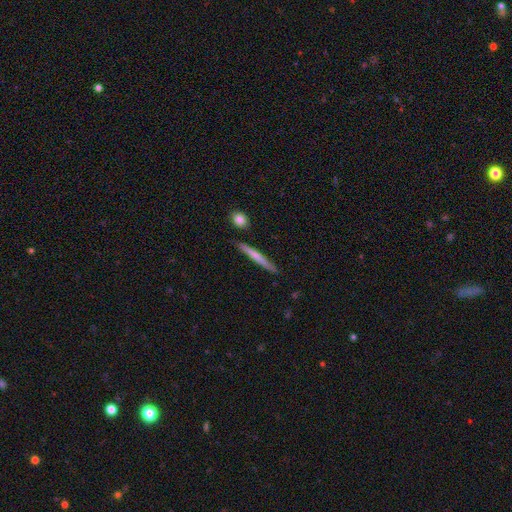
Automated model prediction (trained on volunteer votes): This is possibly a smooth galaxy (53%). How rounded: clearly cigar-shaped (95%). Merging: clearly none (86%).